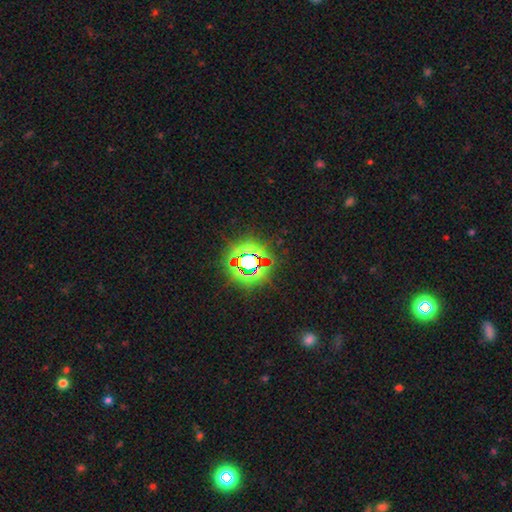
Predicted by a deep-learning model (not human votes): This appears to be a star or artifact, not a galaxy (78%).